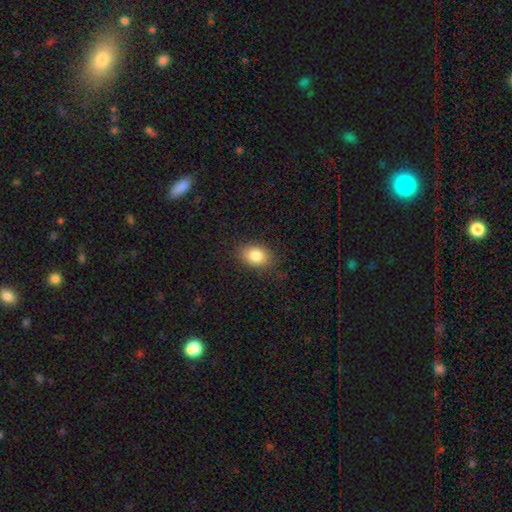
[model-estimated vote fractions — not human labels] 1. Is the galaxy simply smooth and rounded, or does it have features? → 84% smooth, 8% star or artifact, 7% featured or disk.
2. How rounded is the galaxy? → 78% in between, 21% round, 1% cigar-shaped.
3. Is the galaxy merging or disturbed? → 83% none, 13% minor disturbance, 3% major disturbance, 1% merger.